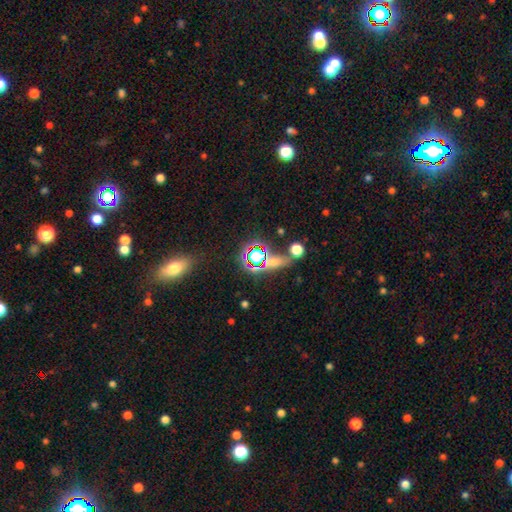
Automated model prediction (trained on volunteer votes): Smooth or featured? star or artifact (58%)